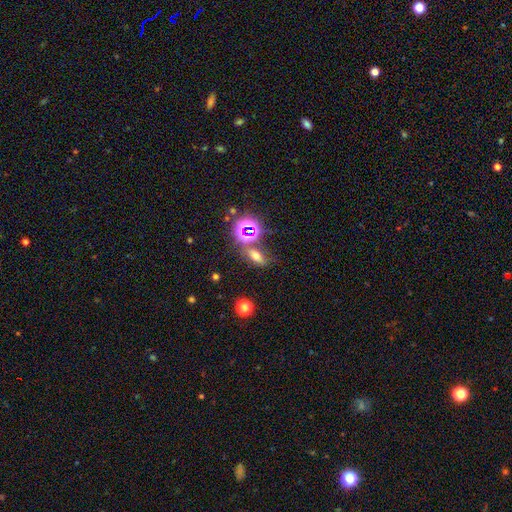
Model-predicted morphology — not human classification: A smooth galaxy with no disk features (50%).

Vote fractions:
- Smooth or featured? smooth: 50% / star or artifact: 31% / featured or disk: 19%
- Merging? none: 70% / minor disturbance: 13% / merger: 11% / major disturbance: 6%